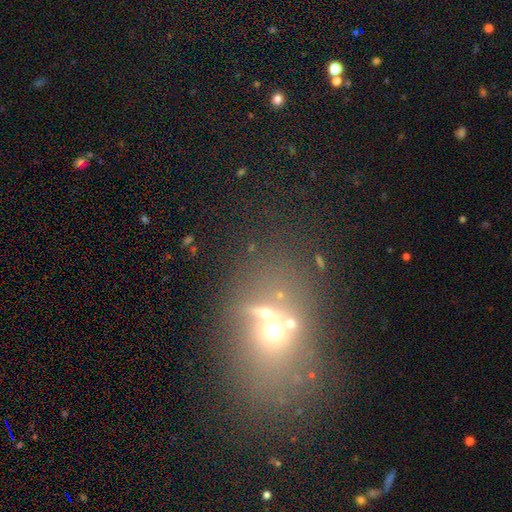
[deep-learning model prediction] This is marginally a smooth galaxy (39%). Merging: marginally none (44%).